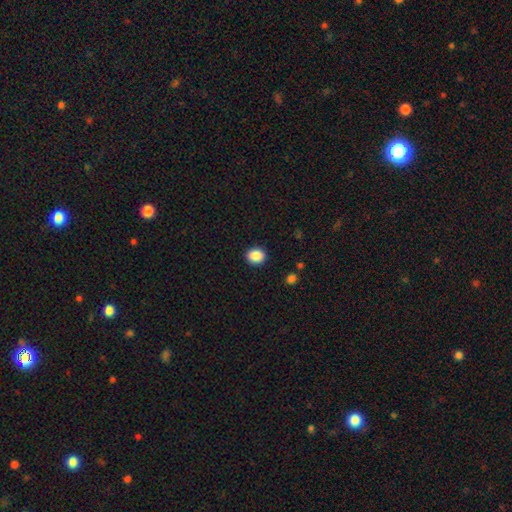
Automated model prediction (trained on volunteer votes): Smooth or featured: smooth — 88% (star or artifact — 9%)
How rounded: round — 68% (in between — 31%)
Merging: none — 91% (minor disturbance — 6%)